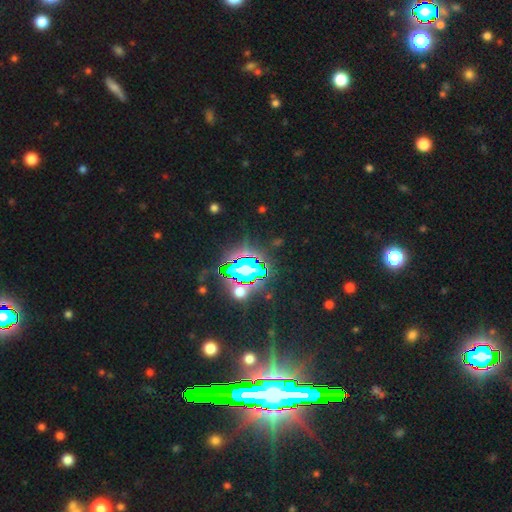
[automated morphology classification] smooth-or-featured: star or artifact: 83% | featured or disk: 9% | smooth: 8%